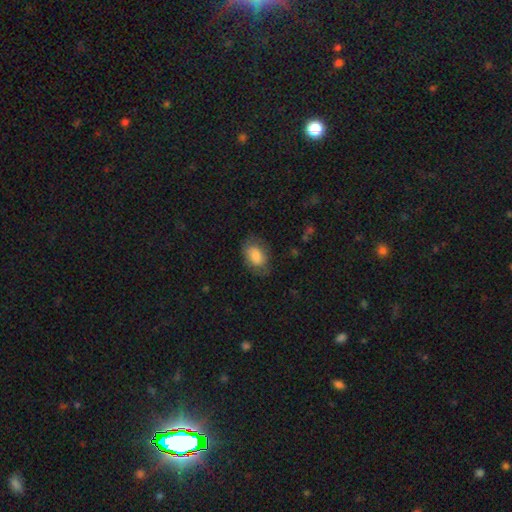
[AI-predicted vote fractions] A smooth galaxy with no disk features (80%) that is in between round and cigar-shaped (87%).

Vote fractions:
- Smooth or featured? smooth: 80% / featured or disk: 13% / star or artifact: 7%
- How rounded? in between: 87% / round: 12% / cigar-shaped: 1%
- Merging? none: 70% / minor disturbance: 21% / major disturbance: 8% / merger: 1%